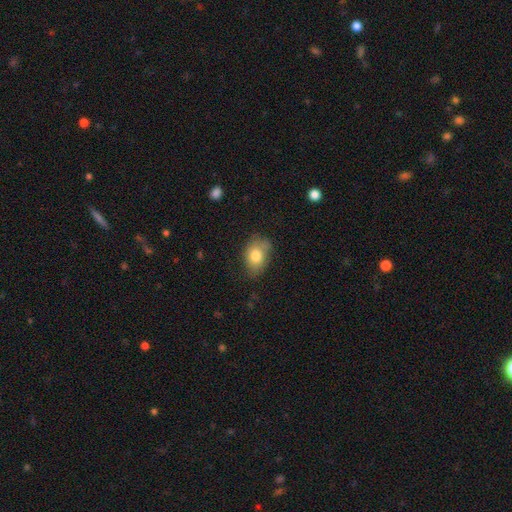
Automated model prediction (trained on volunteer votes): Smooth or featured? Predicted: smooth (p=0.79). How rounded? Predicted: in between (p=0.80). Merging? Predicted: none (p=0.62).